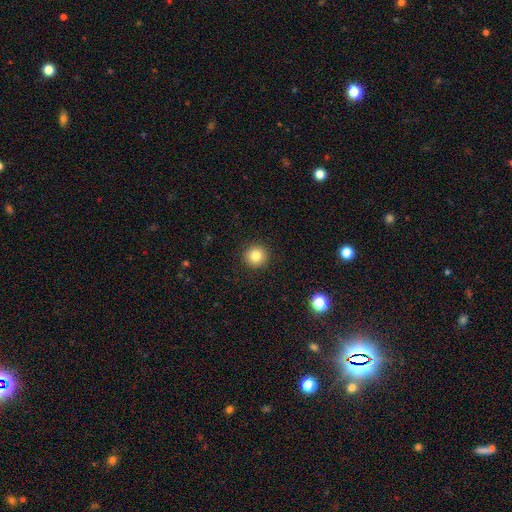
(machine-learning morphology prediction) This is clearly a smooth galaxy (82%). How rounded: clearly round (95%). Merging: clearly none (93%).